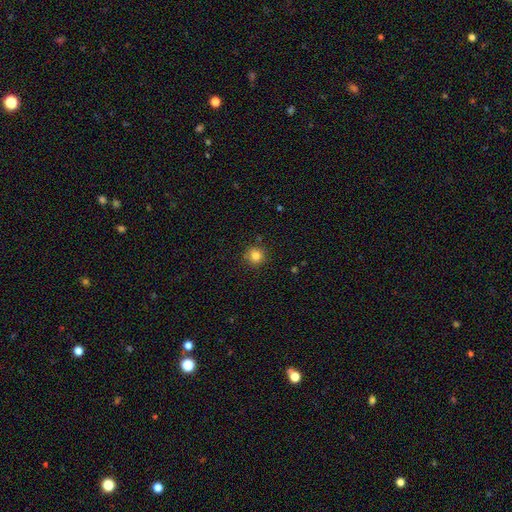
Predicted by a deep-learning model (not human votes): smooth 83%, star or artifact 12%, featured or disk 5%. Down the decision tree: how rounded — round (91%); merging — none (85%).